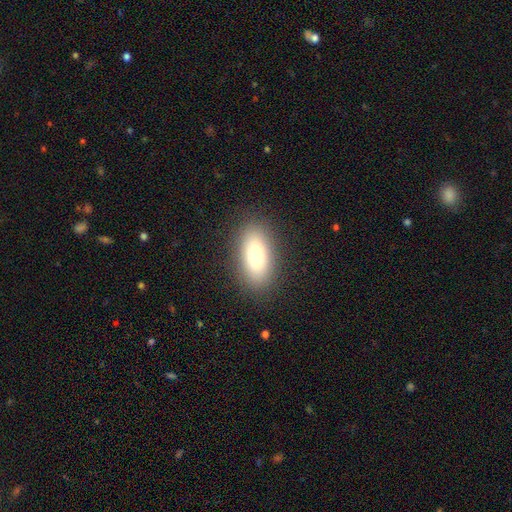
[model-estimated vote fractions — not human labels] Smooth or featured?
  - smooth: 77% *
  - featured or disk: 13%
  - star or artifact: 9%
How rounded?
  - in between: 87% *
  - cigar-shaped: 7%
  - round: 6%
Merging?
  - none: 86% *
  - minor disturbance: 9%
  - major disturbance: 4%
  - merger: 1%